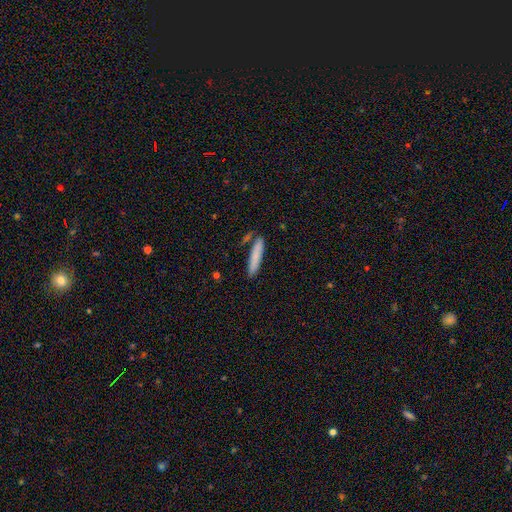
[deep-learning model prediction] Morphology: type=smooth (79%); roundness=cigar-shaped (89%); merging=none (79%).